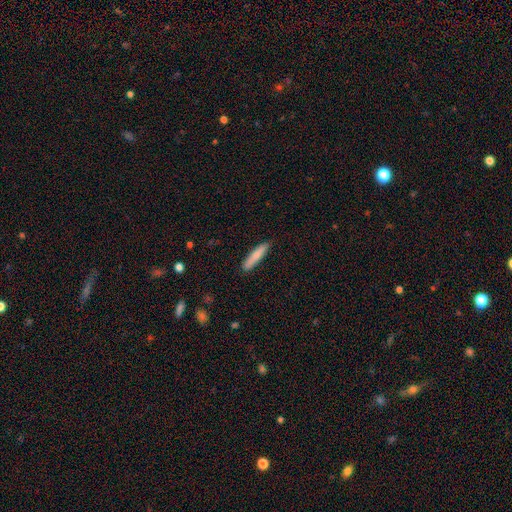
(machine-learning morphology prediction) smooth-or-featured: smooth: 80% | featured or disk: 14% | star or artifact: 6%
  how-rounded: cigar-shaped: 88% | in between: 11% | round: 1%
  merging: none: 88% | minor disturbance: 10% | major disturbance: 2% | merger: 1%